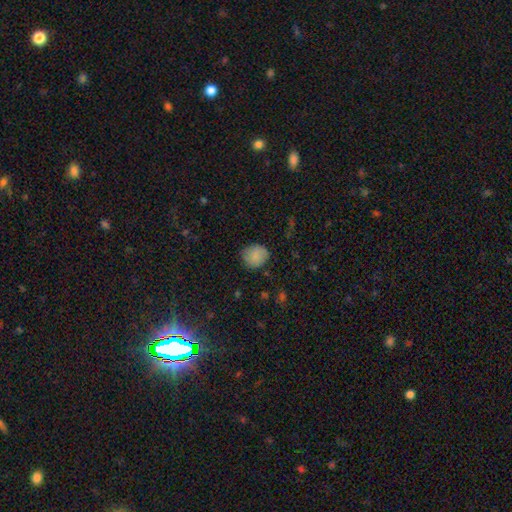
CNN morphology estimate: smooth-or-featured: smooth: 85% | star or artifact: 8% | featured or disk: 6%
  how-rounded: round: 78% | in between: 21% | cigar-shaped: 1%
  merging: none: 77% | minor disturbance: 18% | major disturbance: 4% | merger: 1%